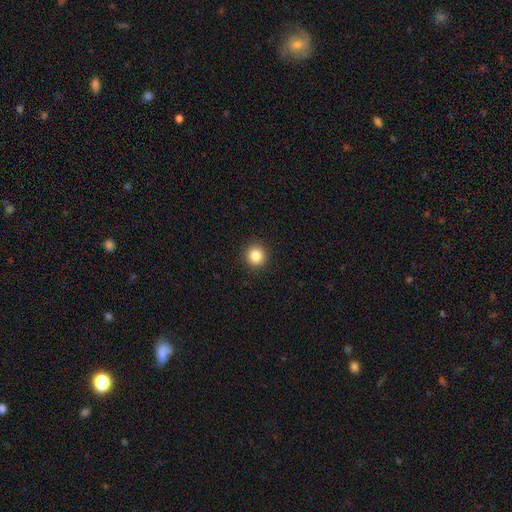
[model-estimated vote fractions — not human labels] Smooth or featured?
  - smooth: 85% *
  - star or artifact: 10%
  - featured or disk: 5%
How rounded?
  - round: 93% *
  - in between: 6%
  - cigar-shaped: 1%
Merging?
  - none: 92% *
  - minor disturbance: 5%
  - major disturbance: 2%
  - merger: 1%